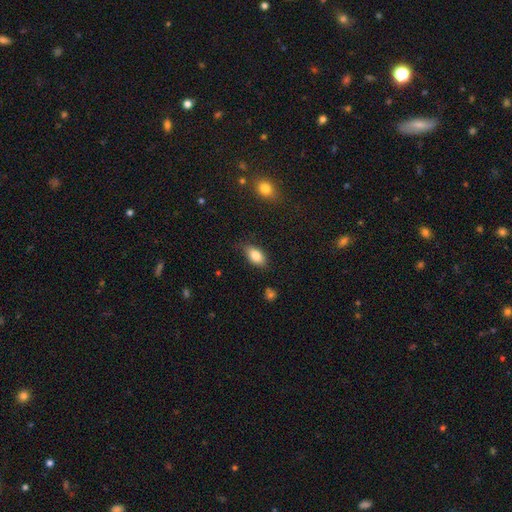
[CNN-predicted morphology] This appears to be a smooth galaxy with no disk features (82%) that is in between round and cigar-shaped (91%). Merging: none (78%).